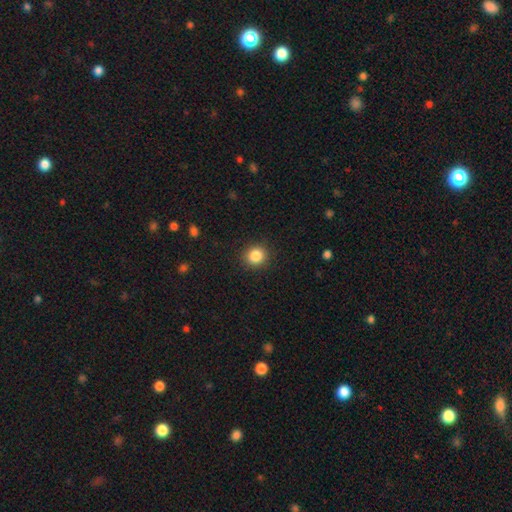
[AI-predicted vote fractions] smooth 85%, star or artifact 10%, featured or disk 5%. Down the decision tree: how rounded — round (88%); merging — none (91%).